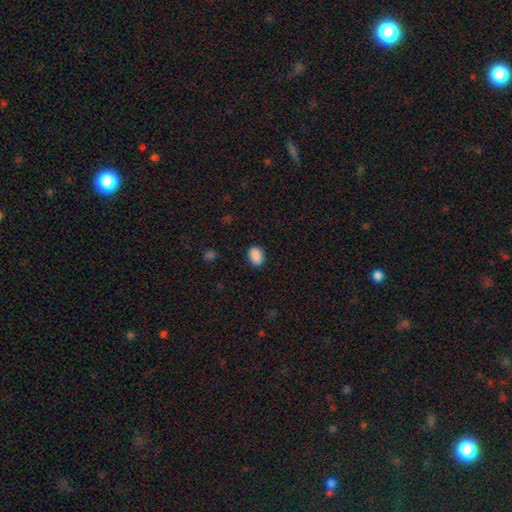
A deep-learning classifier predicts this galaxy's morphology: type=smooth (89%); roundness=in between (78%); merging=none (87%).